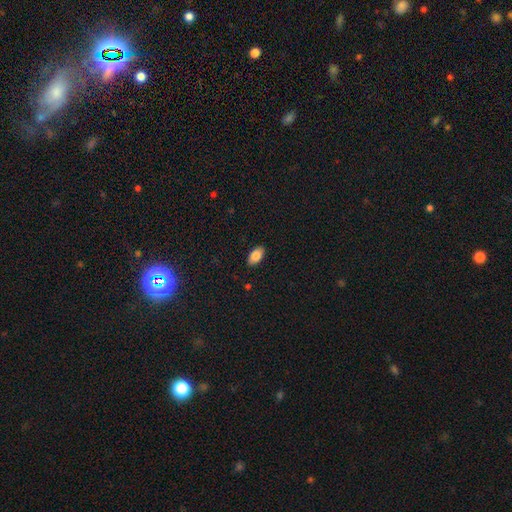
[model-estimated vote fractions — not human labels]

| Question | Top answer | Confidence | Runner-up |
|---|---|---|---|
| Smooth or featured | smooth | 83% | featured or disk (10%) |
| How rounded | in between | 94% | round (4%) |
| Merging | none | 89% | minor disturbance (8%) |